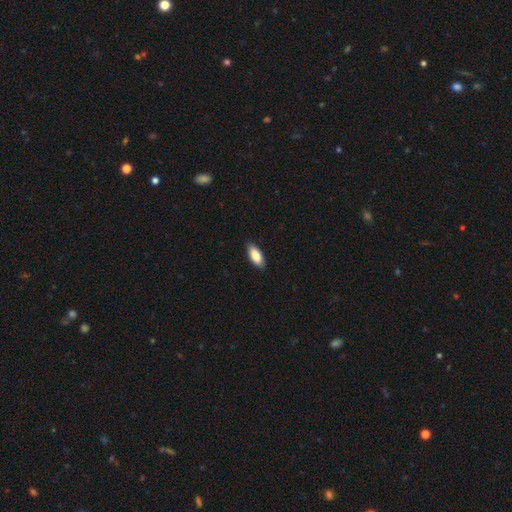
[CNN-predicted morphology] smooth 84%, featured or disk 10%, star or artifact 6%. Down the decision tree: how rounded — in between (86%); merging — none (89%).